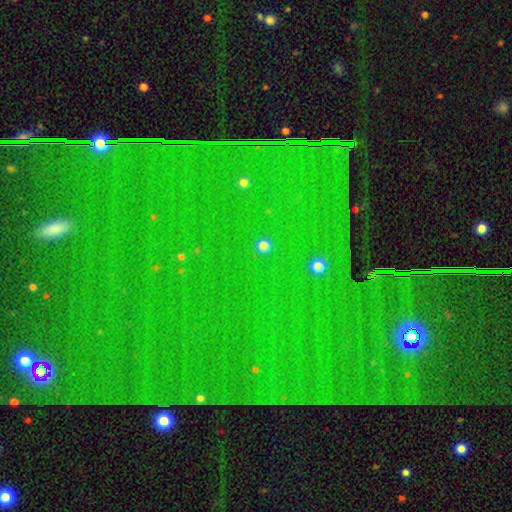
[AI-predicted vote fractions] The model was most divided on "smooth or featured": star or artifact: 84%, smooth: 9%, featured or disk: 7%.